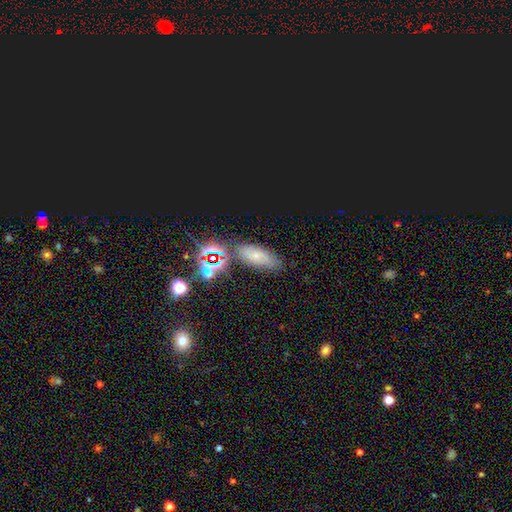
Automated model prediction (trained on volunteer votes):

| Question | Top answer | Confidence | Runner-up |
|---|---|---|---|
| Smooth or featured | smooth | 41% | star or artifact (36%) |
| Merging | none | 75% | minor disturbance (15%) |